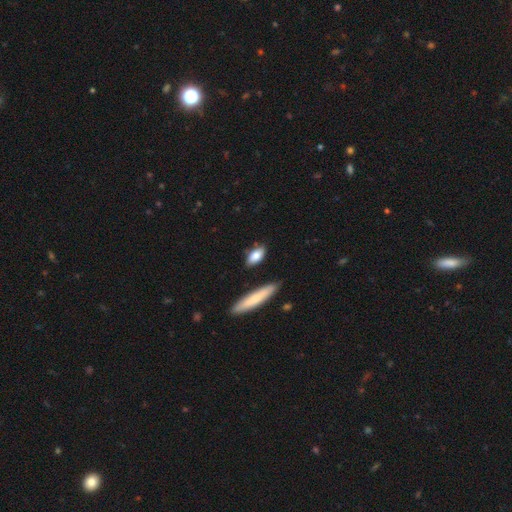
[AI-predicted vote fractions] This appears to be a smooth galaxy with no disk features (80%) that is in between round and cigar-shaped (77%). Merging: none (81%).